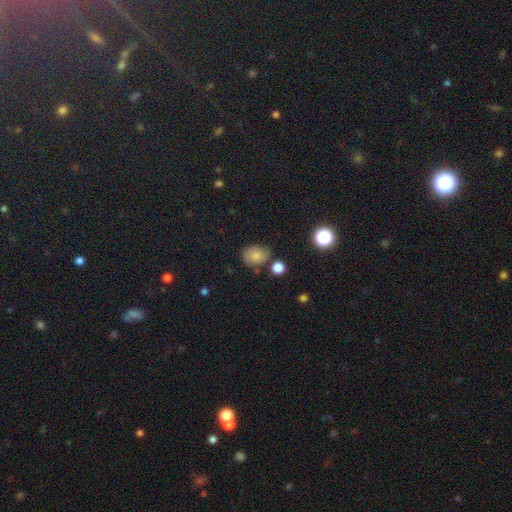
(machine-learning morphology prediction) Q: Smooth or featured?
A: smooth (78%); runner-up: star or artifact (12%)
Q: How rounded?
A: in between (56%); runner-up: round (43%)
Q: Merging?
A: none (64%); runner-up: minor disturbance (24%)